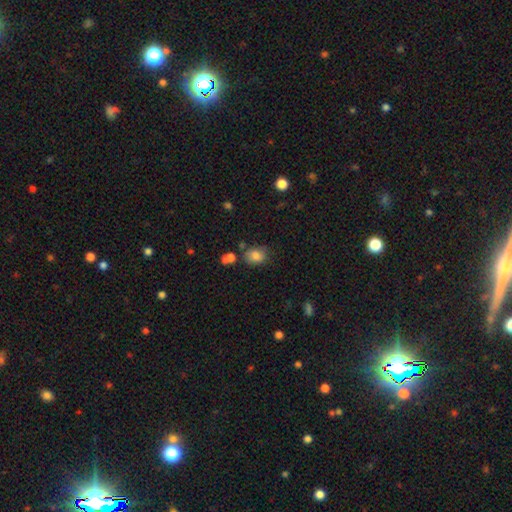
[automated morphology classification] The model was most divided on "how rounded": in between: 65%, round: 34%, cigar-shaped: 1%. More confident: smooth or featured — smooth (82%); merging — none (66%).